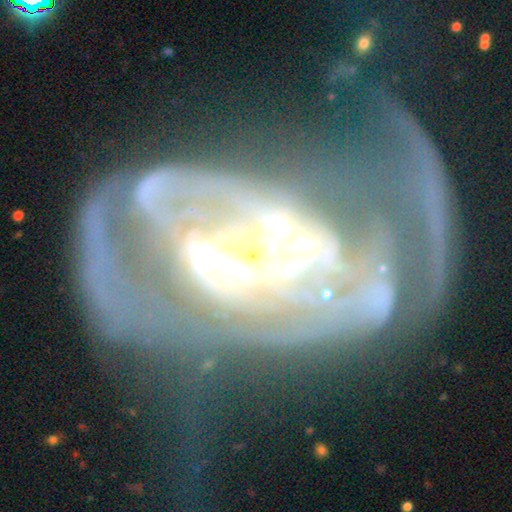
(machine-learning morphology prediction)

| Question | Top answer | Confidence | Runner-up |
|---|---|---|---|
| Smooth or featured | featured or disk | 84% | star or artifact (8%) |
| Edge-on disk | no | 95% | yes (5%) |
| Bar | strong | 43% | weak (30%) |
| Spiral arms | yes | 74% | no (26%) |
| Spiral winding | medium | 38% | loose (32%) |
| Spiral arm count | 2 | 47% | can't tell (29%) |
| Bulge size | moderate | 37% | small (23%) |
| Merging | major disturbance | 59% | none (17%) |